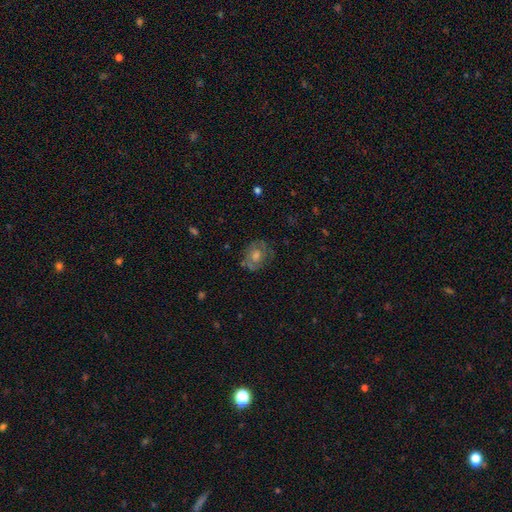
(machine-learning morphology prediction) A featured or disk galaxy (48%). Merging: none (73%).